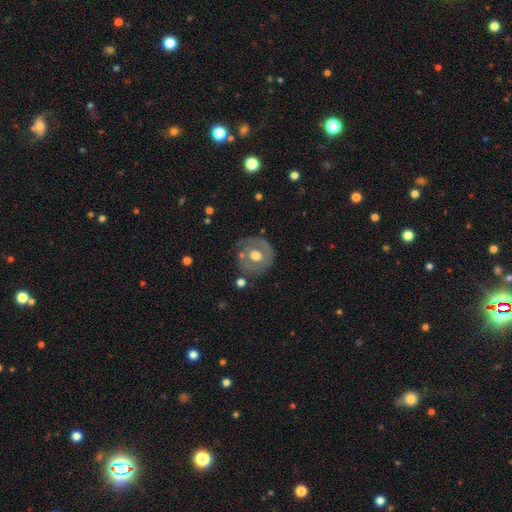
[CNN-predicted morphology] smooth_or_featured: featured or disk (p=0.48) [alt: smooth p=0.46]
merging: none (p=0.70) [alt: minor disturbance p=0.18]